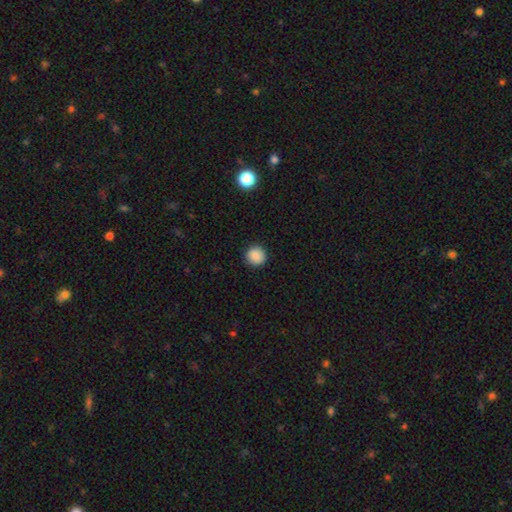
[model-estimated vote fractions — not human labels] This appears to be a smooth galaxy with no disk features (88%) that is round (93%). Merging: none (91%).